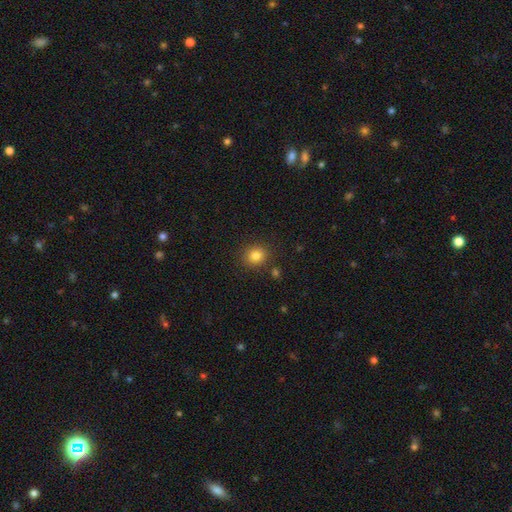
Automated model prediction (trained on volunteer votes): Smooth or featured: smooth — 83% (star or artifact — 11%)
How rounded: round — 80% (in between — 19%)
Merging: none — 85% (minor disturbance — 9%)